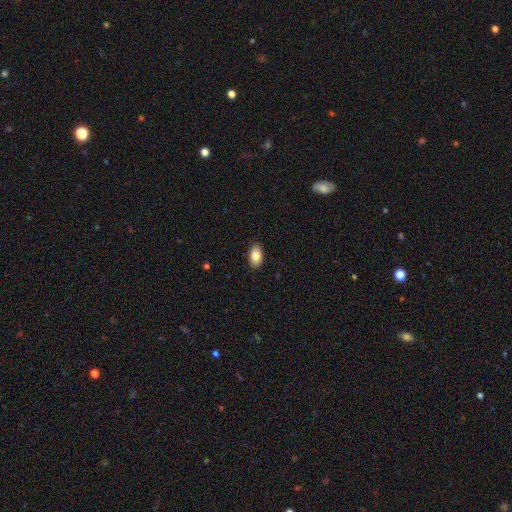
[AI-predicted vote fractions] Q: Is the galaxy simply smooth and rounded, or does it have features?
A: smooth — 84%.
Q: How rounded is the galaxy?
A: in between — 91%.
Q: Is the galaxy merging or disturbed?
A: none — 90%.